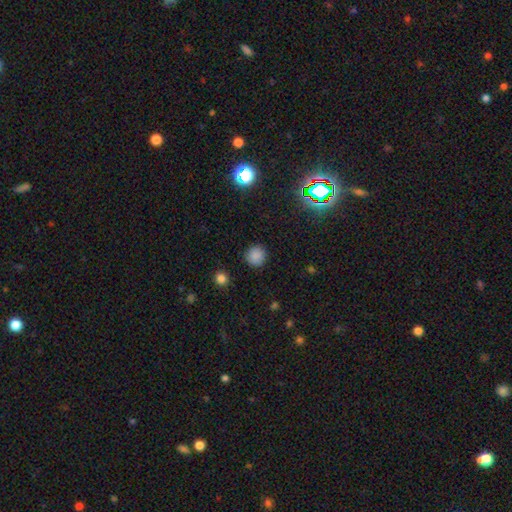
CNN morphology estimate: Smooth or featured?
  - smooth: 84% *
  - star or artifact: 12%
  - featured or disk: 4%
How rounded?
  - round: 94% *
  - in between: 5%
  - cigar-shaped: 1%
Merging?
  - none: 91% *
  - minor disturbance: 6%
  - major disturbance: 2%
  - merger: 1%